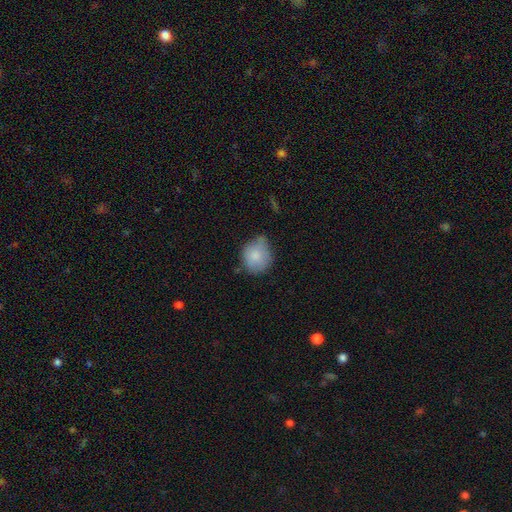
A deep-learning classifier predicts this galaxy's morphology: Overall: smooth (82%). How rounded: round (68%; in between 31%). Merging: none (43%; minor disturbance 41%).